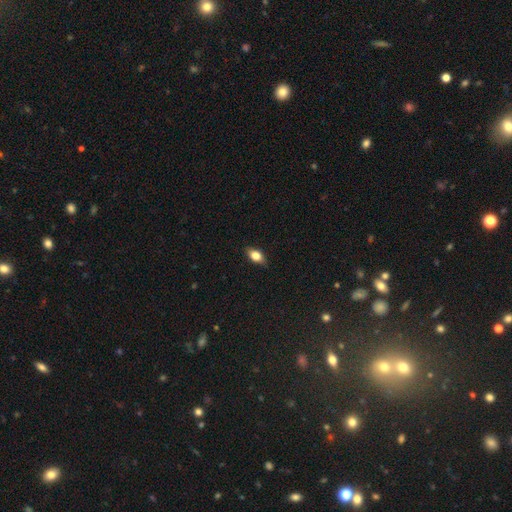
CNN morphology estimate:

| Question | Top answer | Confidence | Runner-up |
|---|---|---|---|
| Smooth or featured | smooth | 76% | featured or disk (16%) |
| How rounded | in between | 83% | round (11%) |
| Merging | none | 83% | minor disturbance (14%) |